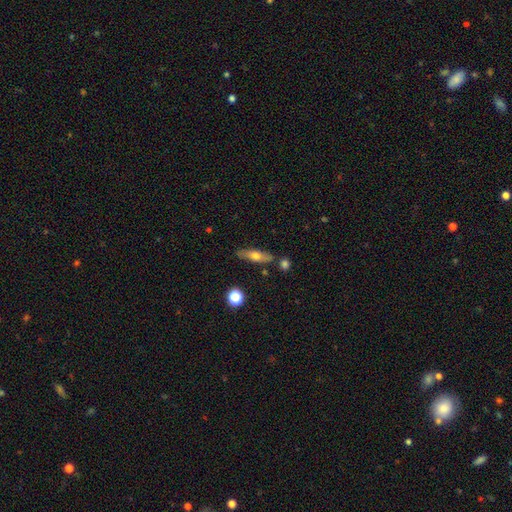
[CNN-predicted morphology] A smooth galaxy with no disk features (53%) that is cigar-shaped (65%). Merging: none (79%).